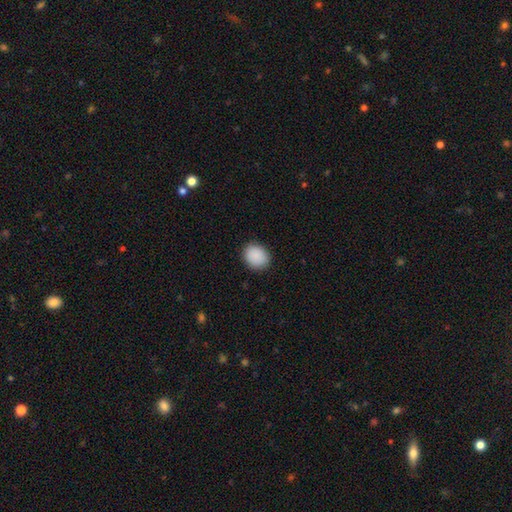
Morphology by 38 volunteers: Q: Smooth or featured?
A: smooth (95%); runner-up: featured or disk (5%)
Q: How rounded?
A: round (64%); runner-up: in between (36%)
Q: Merging?
A: none (92%); runner-up: minor disturbance (8%)